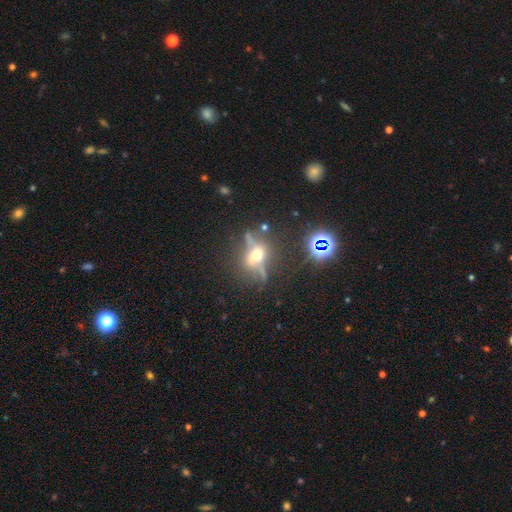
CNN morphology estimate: smooth_or_featured: featured or disk (p=0.54) [alt: star or artifact p=0.23]
disk_edge_on: yes (p=0.59) [alt: no p=0.41]
merging: none (p=0.64) [alt: minor disturbance p=0.17]